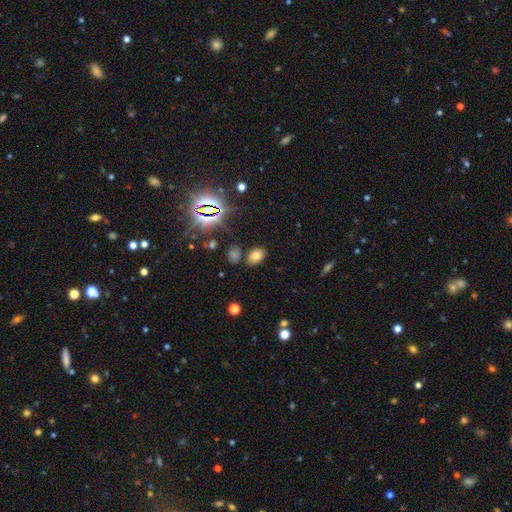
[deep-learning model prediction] smooth 71%, star or artifact 21%, featured or disk 8%. Down the decision tree: how rounded — in between (86%); merging — none (81%).